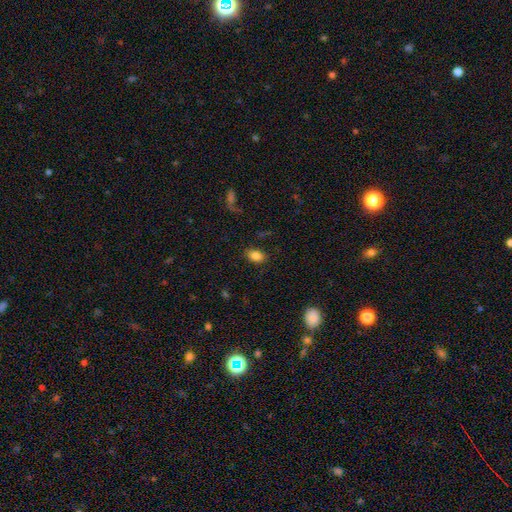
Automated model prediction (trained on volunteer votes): Smooth or featured? Predicted: smooth (p=0.84). How rounded? Predicted: in between (p=0.78). Merging? Predicted: none (p=0.85).